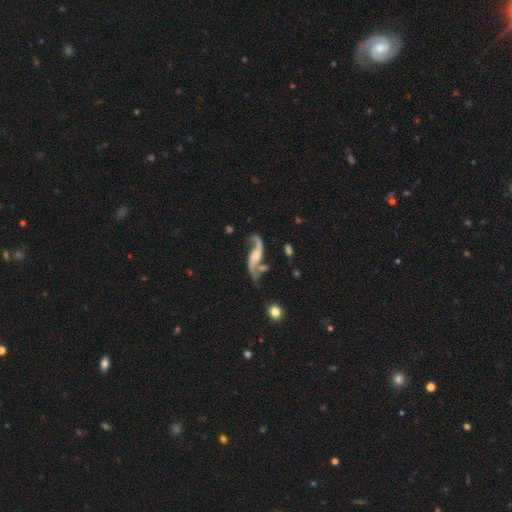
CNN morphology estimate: A featured or disk galaxy (87%) with no bar (50%), 2 (93%) loose (85%) spiral arms (96%) and no central bulge (32%). Merging: none (58%).